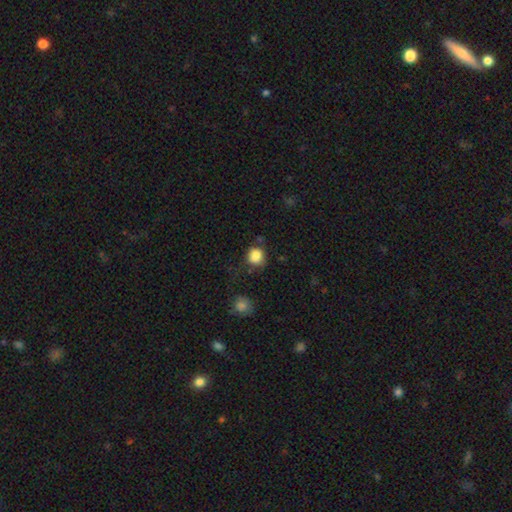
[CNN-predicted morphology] A smooth galaxy with no disk features (85%) that is round (78%).

Vote fractions:
- Smooth or featured? smooth: 85% / star or artifact: 11% / featured or disk: 5%
- How rounded? round: 78% / in between: 21% / cigar-shaped: 1%
- Merging? none: 64% / minor disturbance: 22% / major disturbance: 7% / merger: 7%